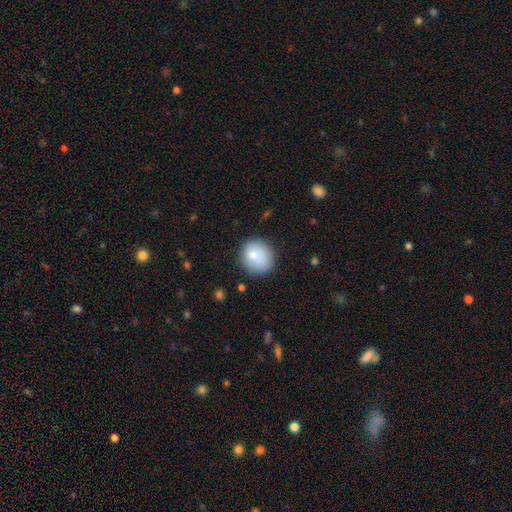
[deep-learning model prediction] Smooth or featured: smooth — 80% (featured or disk — 11%)
How rounded: round — 86% (in between — 13%)
Merging: none — 74% (minor disturbance — 15%)